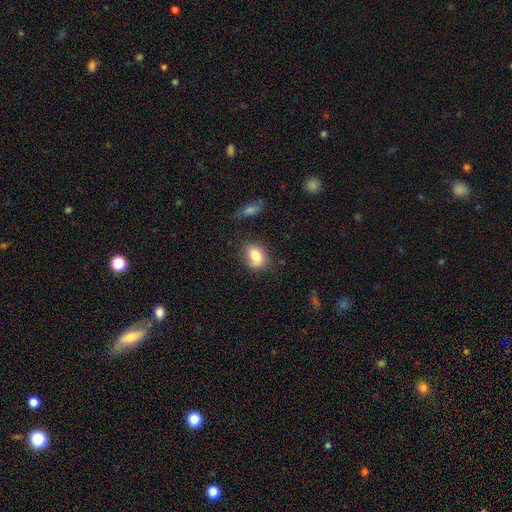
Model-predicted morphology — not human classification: Smooth or featured? Predicted: smooth (p=0.78). How rounded? Predicted: in between (p=0.61). Merging? Predicted: none (p=0.67).